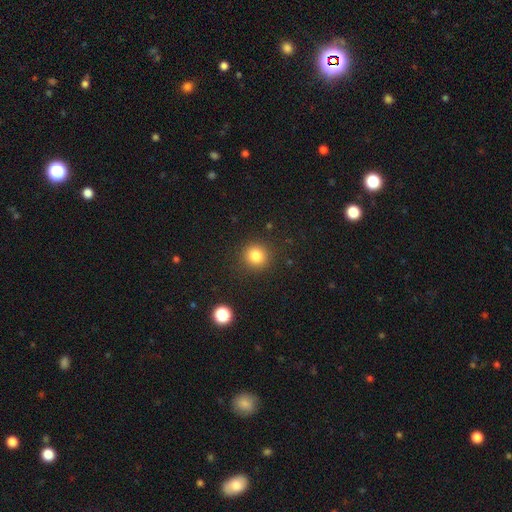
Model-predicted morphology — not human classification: Smooth or featured? Predicted: smooth (p=0.82). How rounded? Predicted: round (p=0.92). Merging? Predicted: none (p=0.90).